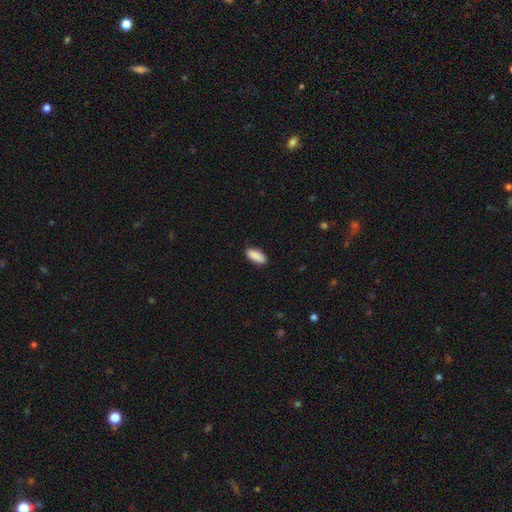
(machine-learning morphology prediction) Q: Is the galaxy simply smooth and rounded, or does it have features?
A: smooth — 91%.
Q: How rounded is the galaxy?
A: in between — 81%.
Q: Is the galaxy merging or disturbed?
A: none — 88%.